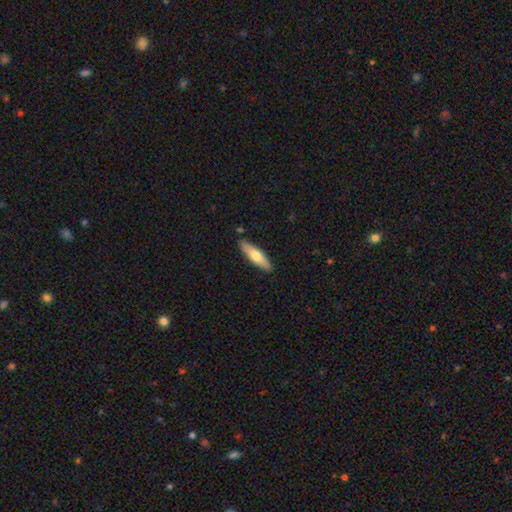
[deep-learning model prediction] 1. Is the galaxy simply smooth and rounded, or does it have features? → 62% smooth, 33% featured or disk, 5% star or artifact.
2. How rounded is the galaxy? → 60% cigar-shaped, 38% in between, 2% round.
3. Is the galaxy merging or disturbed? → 87% none, 9% minor disturbance, 2% merger, 2% major disturbance.